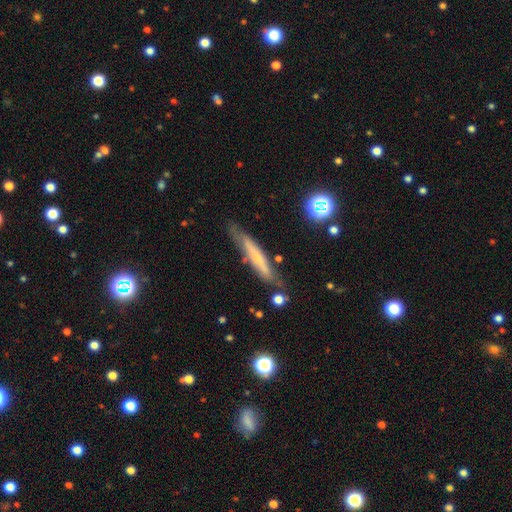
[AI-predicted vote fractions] Q: Smooth or featured?
A: featured or disk (52%); runner-up: smooth (40%)
Q: Edge-on disk?
A: yes (82%); runner-up: no (18%)
Q: Merging?
A: none (72%); runner-up: minor disturbance (20%)